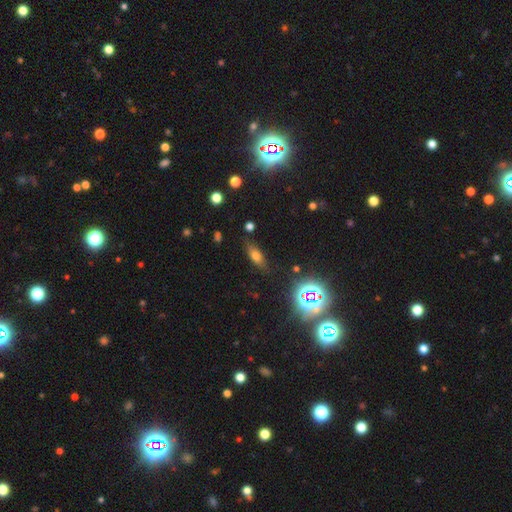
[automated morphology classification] type=smooth (61%); roundness=in between (66%); merging=none (79%).